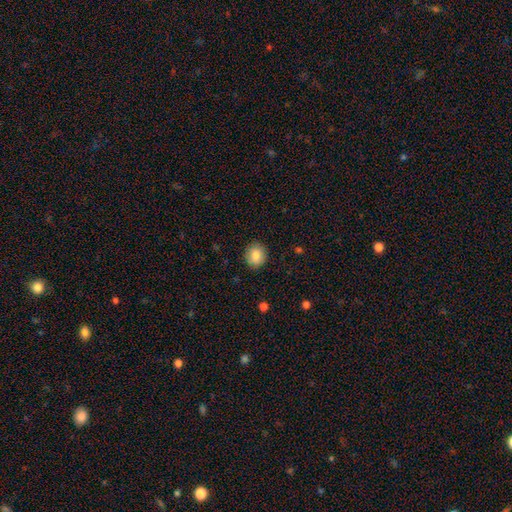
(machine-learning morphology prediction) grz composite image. It shows a smooth galaxy with no disk features (84%) that is round (79%). Merging: none (89%).